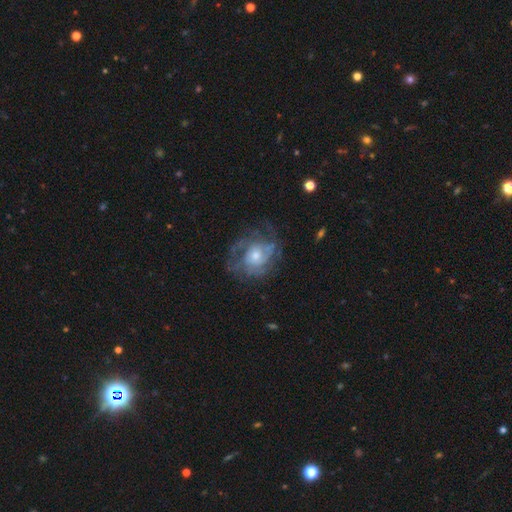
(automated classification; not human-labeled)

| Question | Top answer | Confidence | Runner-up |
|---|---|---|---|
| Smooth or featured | featured or disk | 78% | smooth (14%) |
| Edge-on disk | no | 97% | yes (3%) |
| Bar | no | 77% | weak (20%) |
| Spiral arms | yes | 84% | no (16%) |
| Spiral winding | tight | 49% | medium (38%) |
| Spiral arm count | can't tell | 42% | 3 (19%) |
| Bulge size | moderate | 56% | small (32%) |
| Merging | none | 65% | minor disturbance (18%) |